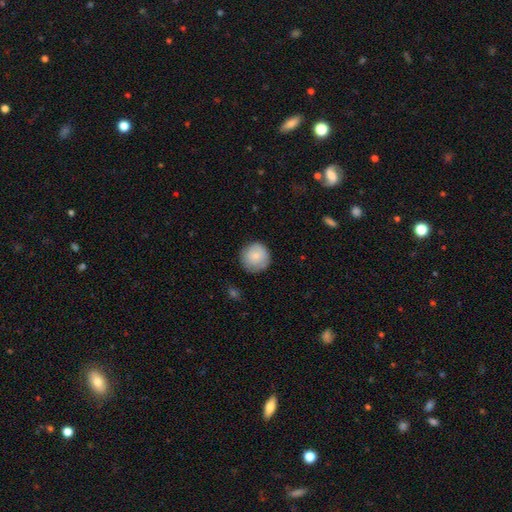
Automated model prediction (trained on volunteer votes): This is clearly a smooth galaxy (81%). How rounded: clearly round (94%). Merging: clearly none (84%).